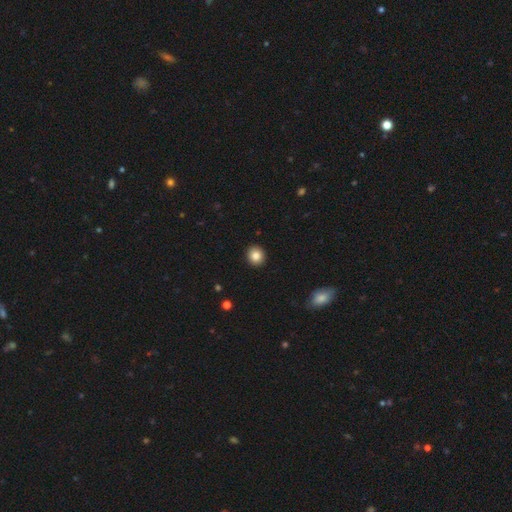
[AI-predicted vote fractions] A smooth galaxy with no disk features (85%) that is round (84%). Merging: none (92%).